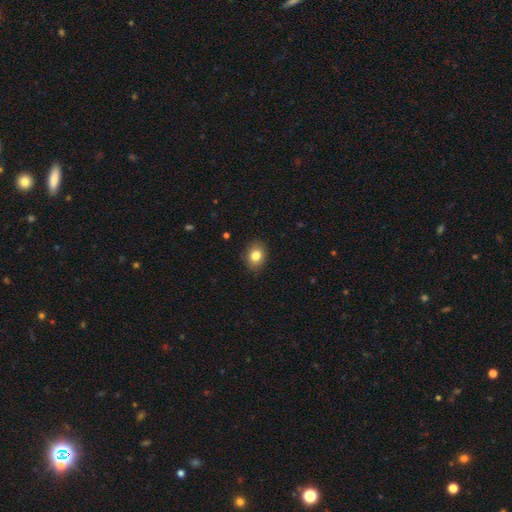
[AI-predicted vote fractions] Morphology: type=smooth (83%); roundness=in between (56%); merging=none (85%).